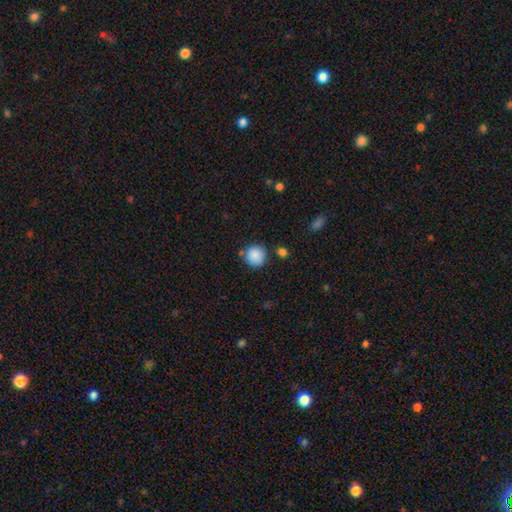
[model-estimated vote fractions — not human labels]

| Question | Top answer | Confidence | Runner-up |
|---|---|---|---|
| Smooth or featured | smooth | 88% | star or artifact (8%) |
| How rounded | round | 92% | in between (7%) |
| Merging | none | 78% | minor disturbance (12%) |